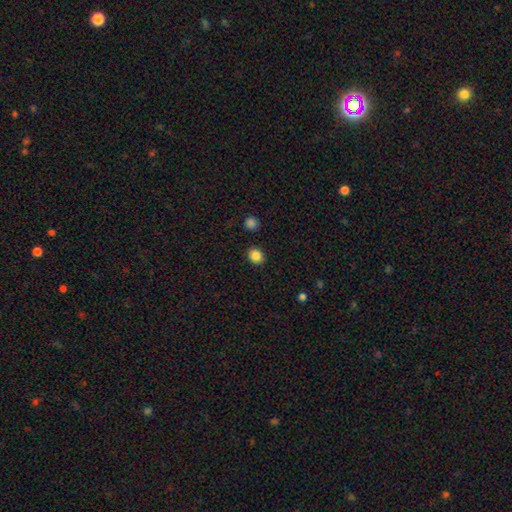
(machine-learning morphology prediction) Smooth or featured? smooth (85%)
How rounded? round (61%)
Merging? none (90%)